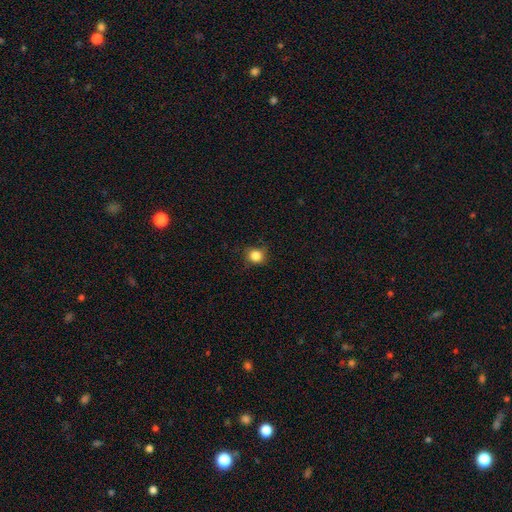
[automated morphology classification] This appears to be a smooth galaxy with no disk features (84%) that is round (85%). Merging: none (80%).